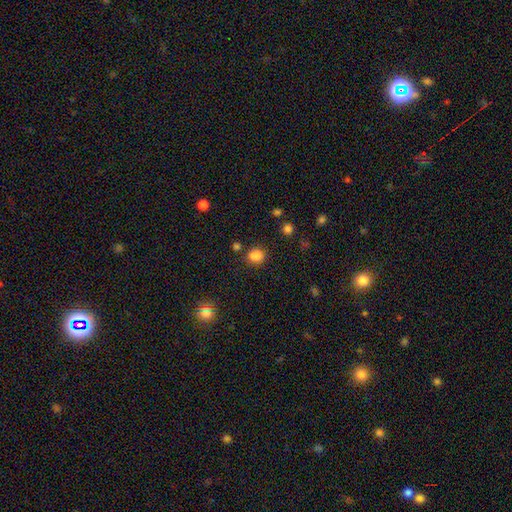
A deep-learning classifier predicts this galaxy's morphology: Smooth or featured? smooth (82%)
How rounded? round (64%)
Merging? none (75%)